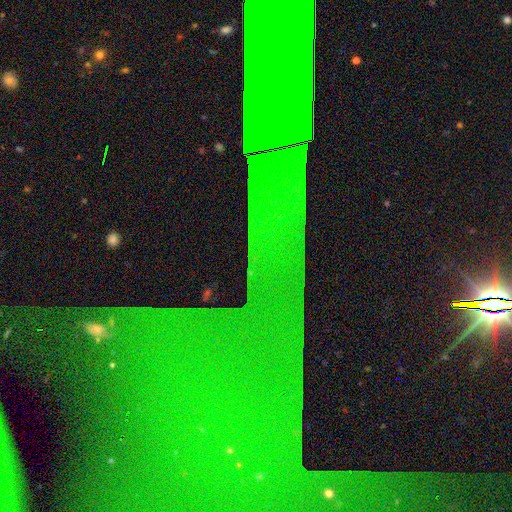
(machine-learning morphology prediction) Q: Smooth or featured?
A: star or artifact (77%); runner-up: featured or disk (13%)